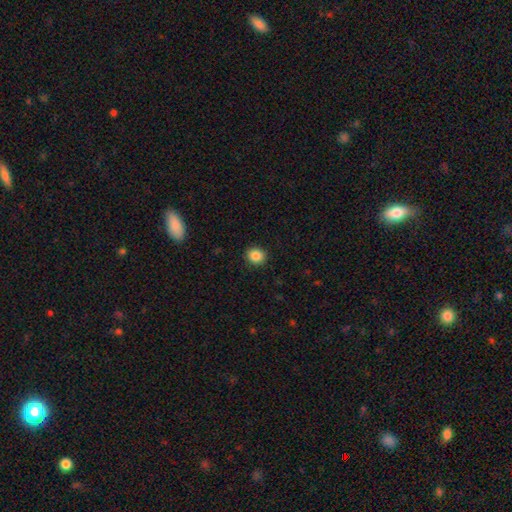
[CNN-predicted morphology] A smooth galaxy with no disk features (86%) that is round (79%).

Vote fractions:
- Smooth or featured? smooth: 86% / star or artifact: 9% / featured or disk: 4%
- How rounded? round: 79% / in between: 21% / cigar-shaped: 1%
- Merging? none: 91% / minor disturbance: 6% / major disturbance: 2% / merger: 1%